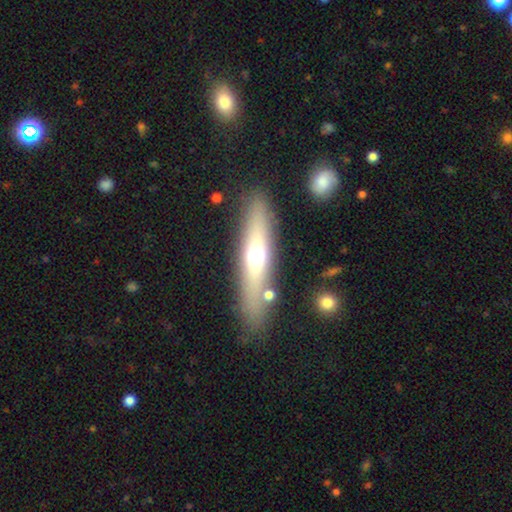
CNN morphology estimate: A smooth galaxy with no disk features (47%).

Vote fractions:
- Smooth or featured? smooth: 47% / featured or disk: 46% / star or artifact: 7%
- Merging? none: 84% / minor disturbance: 9% / merger: 4% / major disturbance: 3%